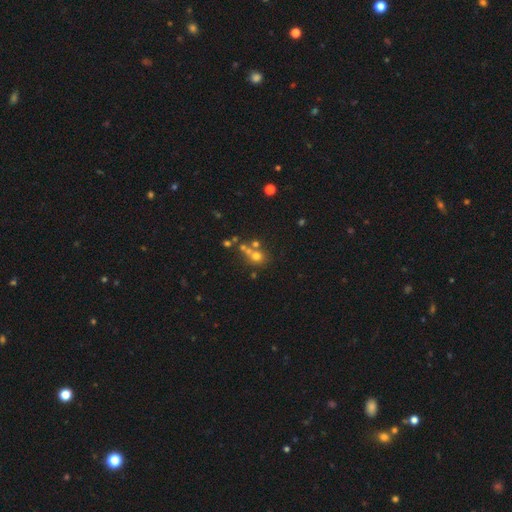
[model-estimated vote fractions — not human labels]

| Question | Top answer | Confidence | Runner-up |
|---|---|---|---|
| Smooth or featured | smooth | 57% | star or artifact (22%) |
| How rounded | round | 80% | in between (18%) |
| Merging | none | 44% | merger (40%) |